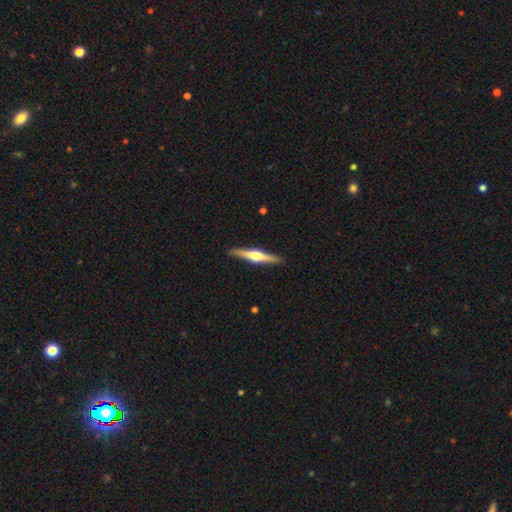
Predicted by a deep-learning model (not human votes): smooth-or-featured: featured or disk: 75% | smooth: 21% | star or artifact: 5%
  disk-edge-on: yes: 98% | no: 2%
    edge-on-bulge: rounded: 94% | boxy: 4% | none: 2%
  merging: none: 91% | minor disturbance: 7% | major disturbance: 1% | merger: 1%